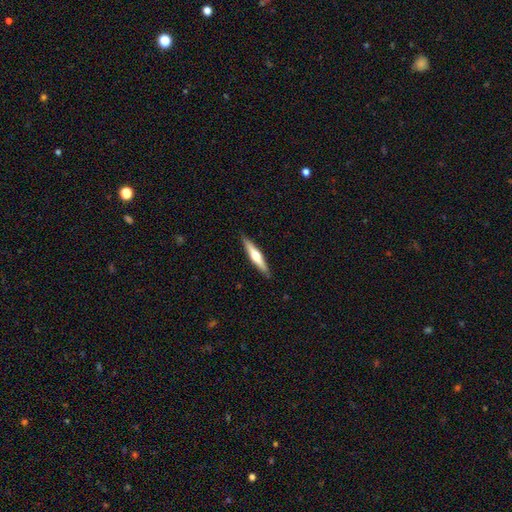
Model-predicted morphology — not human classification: Smooth or featured: featured or disk — 59% (smooth — 36%)
Edge-on disk: yes — 96% (no — 4%)
Edge-on bulge: rounded — 92% (none — 5%)
Merging: none — 91% (minor disturbance — 7%)